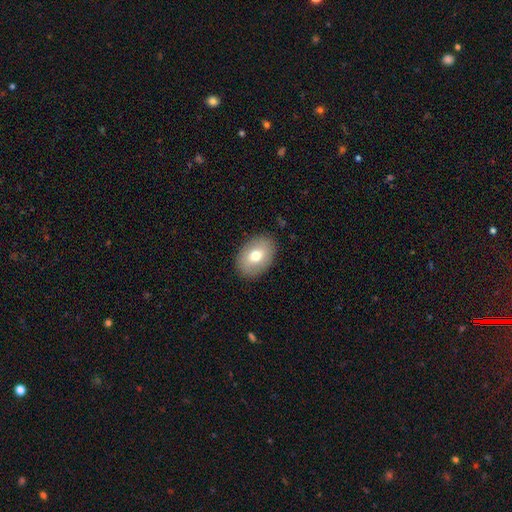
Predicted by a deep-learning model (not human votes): Overall: smooth (71%). How rounded: in between (81%). Merging: none (87%).